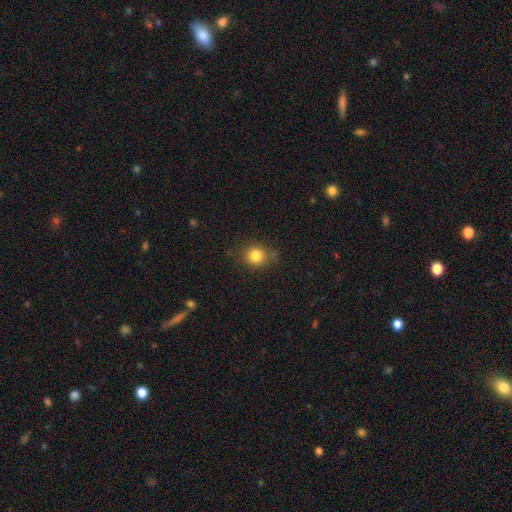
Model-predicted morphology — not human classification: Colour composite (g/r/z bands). It shows a smooth galaxy with no disk features (82%) that is round (80%). Merging: none (80%).